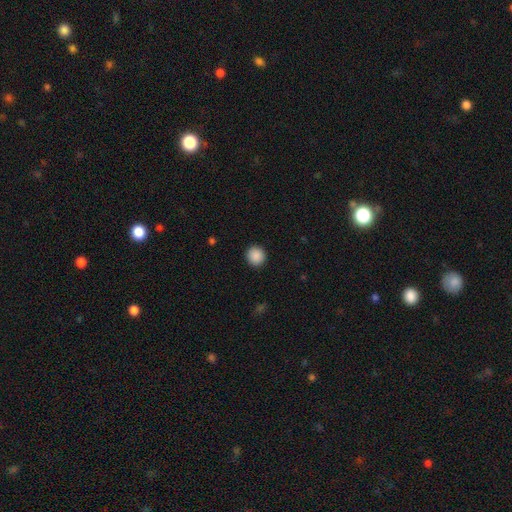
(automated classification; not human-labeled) A smooth galaxy with no disk features (89%) that is round (91%). Merging: none (92%).